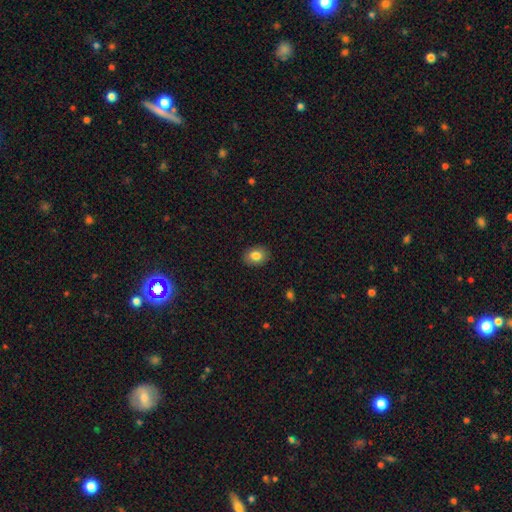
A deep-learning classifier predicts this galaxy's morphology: Overall: smooth (84%). How rounded: in between (67%; round 32%). Merging: none (89%).